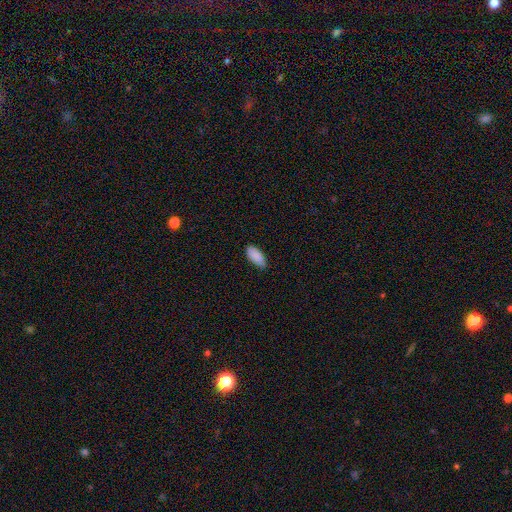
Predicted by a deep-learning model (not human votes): Q: Smooth or featured?
A: smooth (90%); runner-up: star or artifact (7%)
Q: How rounded?
A: in between (90%); runner-up: cigar-shaped (8%)
Q: Merging?
A: none (78%); runner-up: minor disturbance (19%)